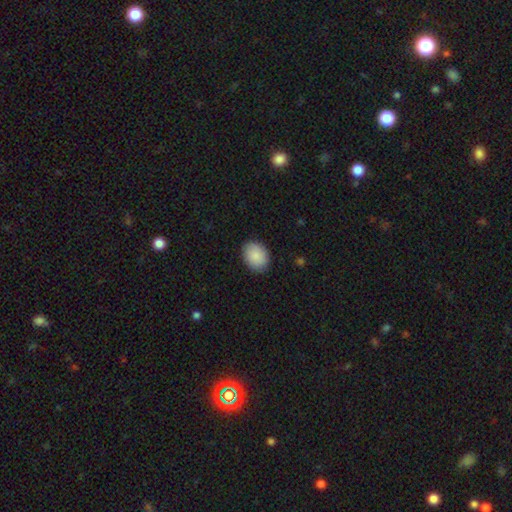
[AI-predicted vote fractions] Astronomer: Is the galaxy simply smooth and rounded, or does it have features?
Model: smooth — 90%.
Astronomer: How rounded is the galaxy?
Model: in between — 63%.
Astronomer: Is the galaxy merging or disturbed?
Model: none — 87%.